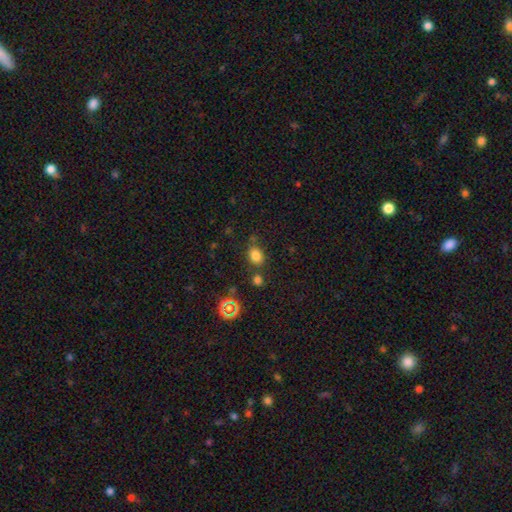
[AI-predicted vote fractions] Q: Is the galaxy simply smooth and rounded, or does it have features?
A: smooth — 77%.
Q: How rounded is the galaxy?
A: in between — 50%.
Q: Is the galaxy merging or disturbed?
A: none — 69%.